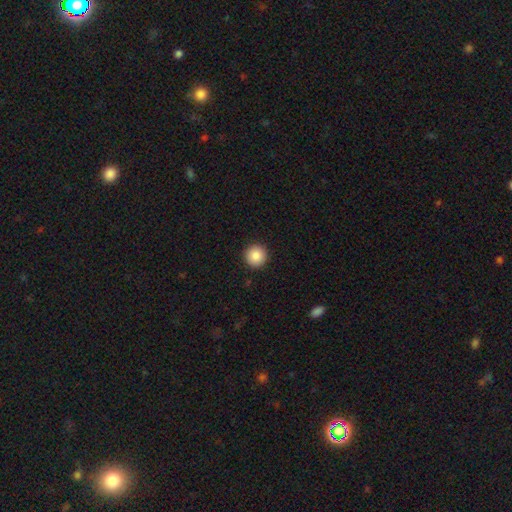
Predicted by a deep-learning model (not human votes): smooth-or-featured: smooth: 87% | star or artifact: 9% | featured or disk: 4%
  how-rounded: round: 96% | in between: 3% | cigar-shaped: 1%
  merging: none: 93% | minor disturbance: 5% | major disturbance: 2% | merger: 1%